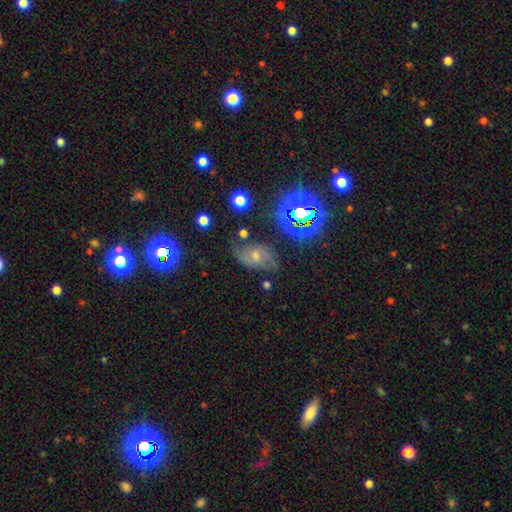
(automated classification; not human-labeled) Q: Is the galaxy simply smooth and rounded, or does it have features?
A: featured or disk — 48%.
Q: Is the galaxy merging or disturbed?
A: none — 58%.